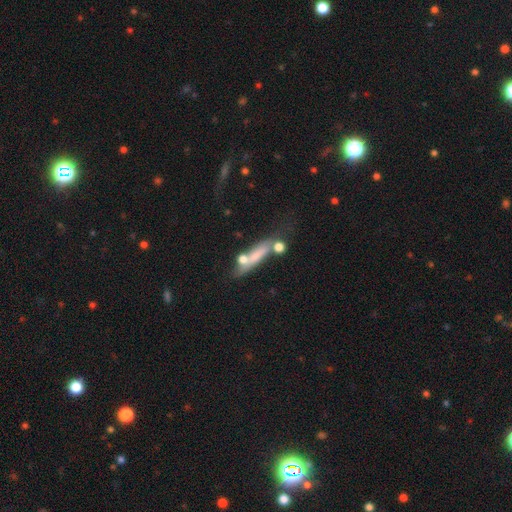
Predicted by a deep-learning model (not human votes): smooth-or-featured: smooth: 54% | featured or disk: 35% | star or artifact: 11%
  how-rounded: cigar-shaped: 69% | in between: 24% | round: 7%
  merging: none: 40% | merger: 27% | minor disturbance: 19% | major disturbance: 15%